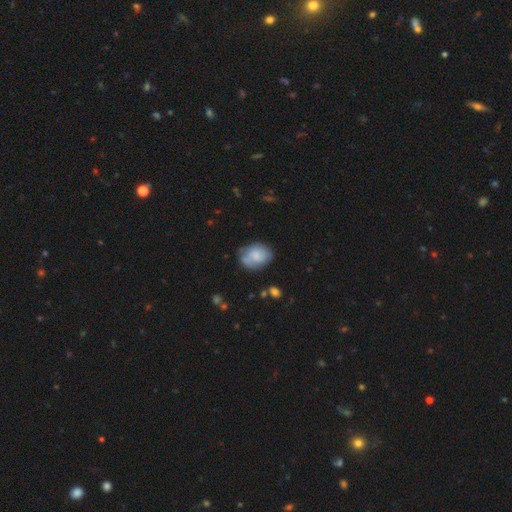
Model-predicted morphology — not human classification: Smooth or featured? Predicted: smooth (p=0.69). How rounded? Predicted: in between (p=0.66). Merging? Predicted: none (p=0.58).